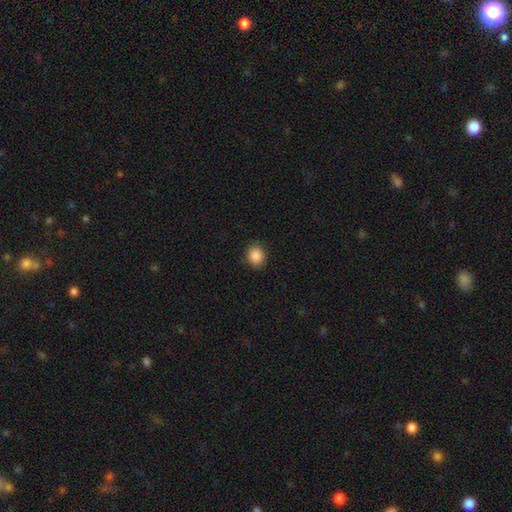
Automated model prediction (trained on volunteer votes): Smooth or featured? smooth (88%)
How rounded? round (69%)
Merging? none (89%)